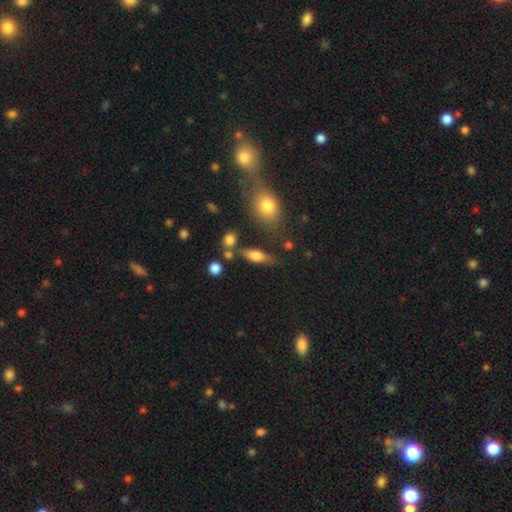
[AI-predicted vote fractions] The model was most divided on "how rounded": in between: 57%, cigar-shaped: 36%, round: 7%. More confident: merging — none (67%); smooth or featured — smooth (61%).